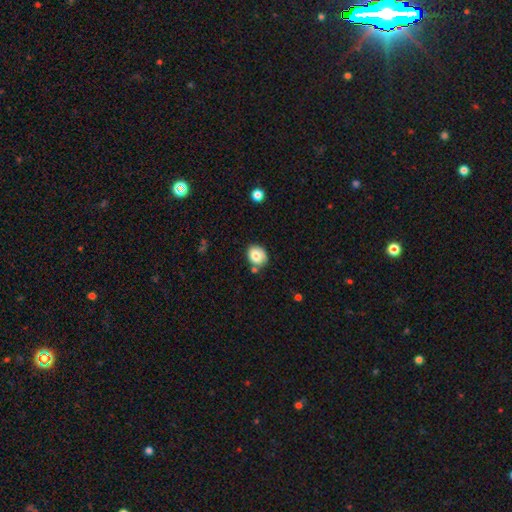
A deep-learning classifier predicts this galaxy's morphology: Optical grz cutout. It shows a smooth galaxy with no disk features (76%) that is round (57%). Merging: none (64%).